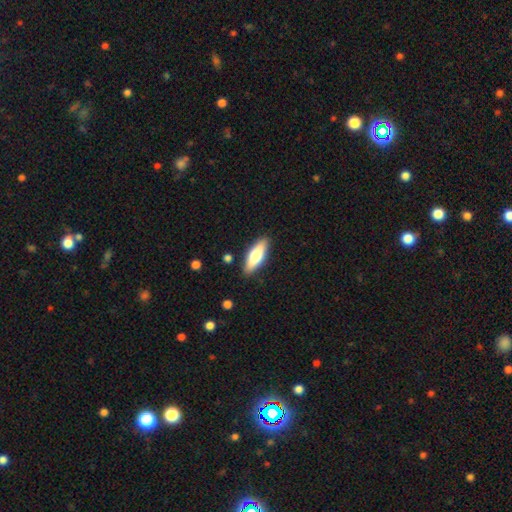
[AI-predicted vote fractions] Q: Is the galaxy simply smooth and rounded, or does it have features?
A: smooth — 65%.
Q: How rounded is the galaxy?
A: in between — 55%.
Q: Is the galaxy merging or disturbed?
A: none — 87%.